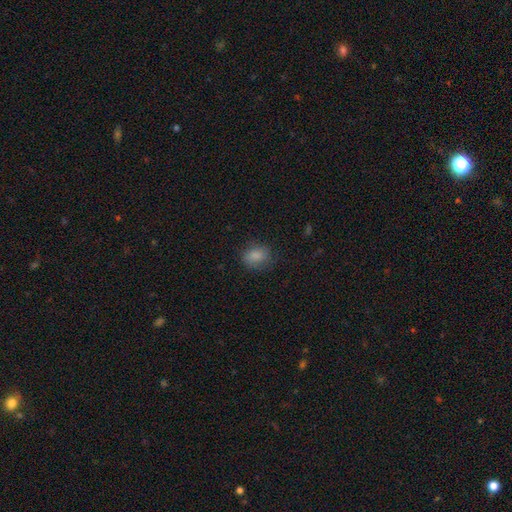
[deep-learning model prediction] smooth-or-featured: smooth: 84% | star or artifact: 10% | featured or disk: 6%
  how-rounded: in between: 58% | round: 41% | cigar-shaped: 1%
  merging: none: 75% | minor disturbance: 18% | major disturbance: 6% | merger: 1%